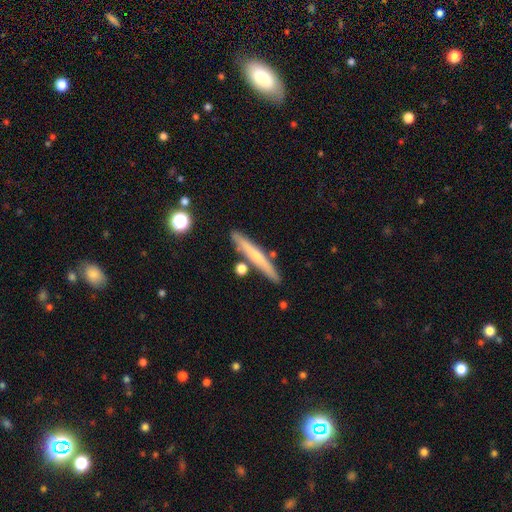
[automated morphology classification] smooth 55%, featured or disk 39%, star or artifact 7%. Down the decision tree: how rounded — cigar-shaped (95%); merging — none (84%).